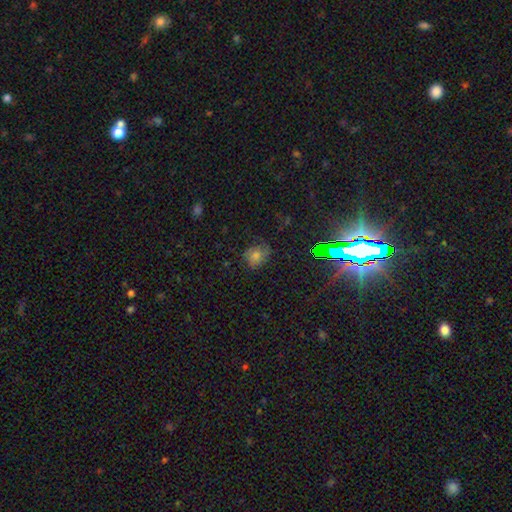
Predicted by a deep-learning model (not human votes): Morphology: type=smooth (47%); merging=none (65%).